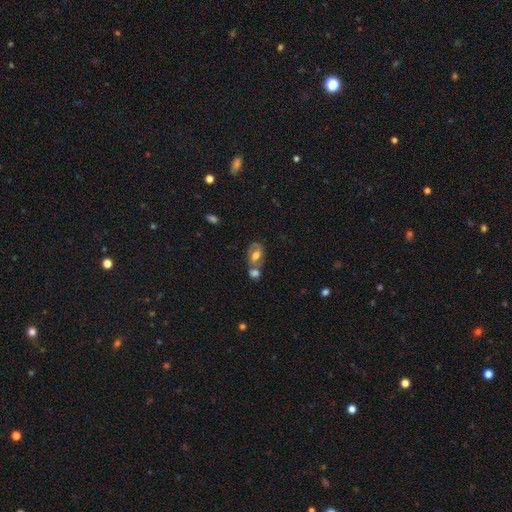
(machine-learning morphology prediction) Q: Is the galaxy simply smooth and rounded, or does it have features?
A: smooth — 49%.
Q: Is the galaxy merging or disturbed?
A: merger — 46%.